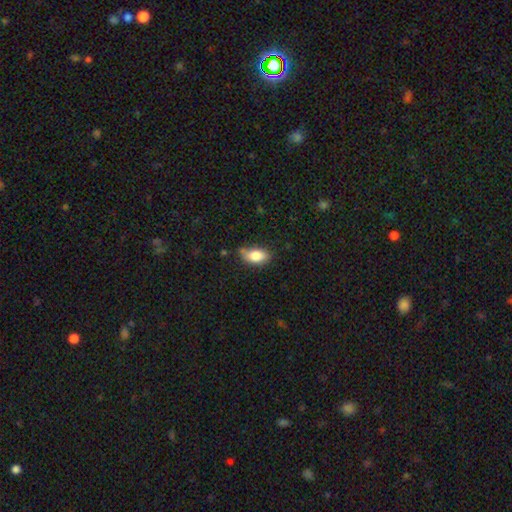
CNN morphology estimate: Smooth or featured? Predicted: smooth (p=0.82). How rounded? Predicted: in between (p=0.90). Merging? Predicted: none (p=0.60).